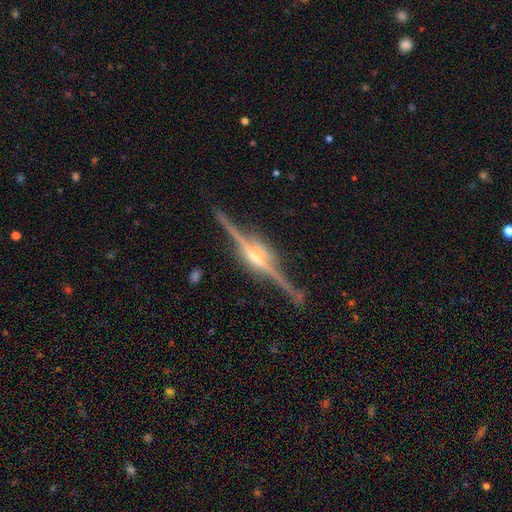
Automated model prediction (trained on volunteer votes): smooth-or-featured: featured or disk: 91% | star or artifact: 5% | smooth: 4%
  disk-edge-on: yes: 98% | no: 2%
    edge-on-bulge: rounded: 85% | boxy: 11% | none: 3%
  merging: none: 88% | minor disturbance: 9% | major disturbance: 2% | merger: 1%